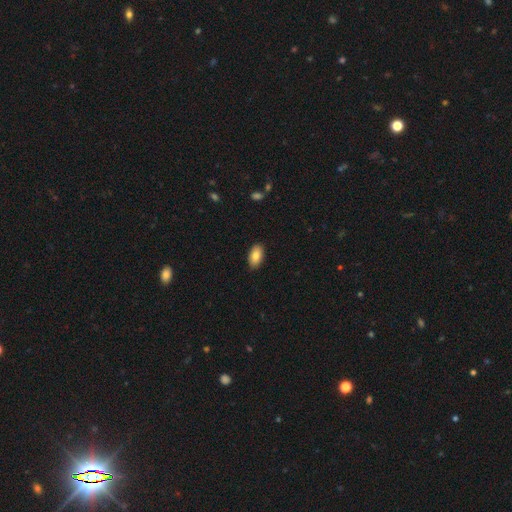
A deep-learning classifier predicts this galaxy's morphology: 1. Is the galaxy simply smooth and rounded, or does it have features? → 84% smooth, 9% featured or disk, 7% star or artifact.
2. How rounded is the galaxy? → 94% in between, 4% round, 2% cigar-shaped.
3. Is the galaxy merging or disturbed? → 88% none, 9% minor disturbance, 2% major disturbance, 1% merger.